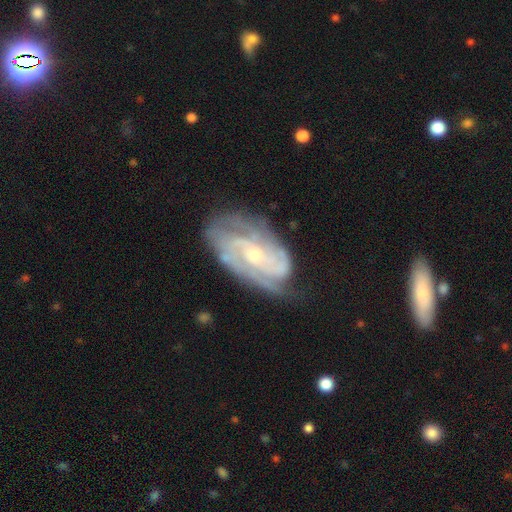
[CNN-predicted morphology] featured or disk 87%, smooth 8%, star or artifact 5%. Down the decision tree: edge-on disk — no (96%); bar — no (57%); spiral arms — yes (96%); spiral arm count — 2 (29%); spiral winding — tight (56%); bulge size — small (53%); merging — none (68%).